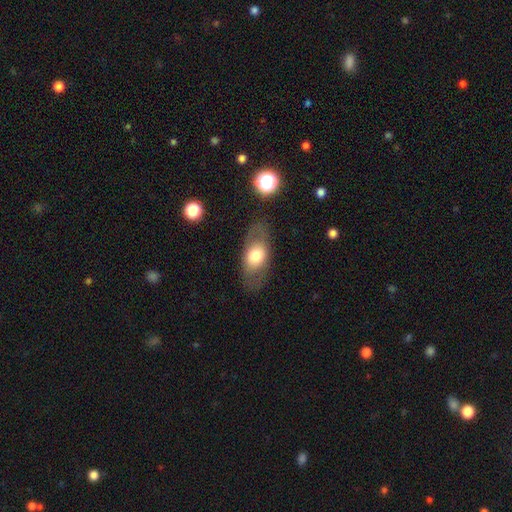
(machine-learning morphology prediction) smooth-or-featured: smooth: 62% | featured or disk: 30% | star or artifact: 7%
  how-rounded: in between: 83% | round: 12% | cigar-shaped: 5%
  merging: none: 76% | minor disturbance: 14% | major disturbance: 8% | merger: 2%